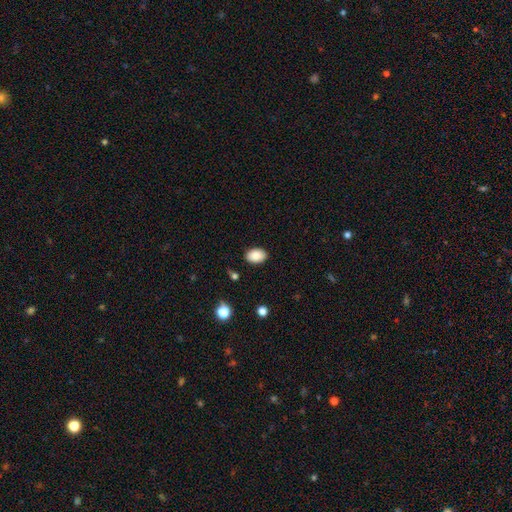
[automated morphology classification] A smooth galaxy with no disk features (89%) that is in between round and cigar-shaped (86%). Merging: none (87%).